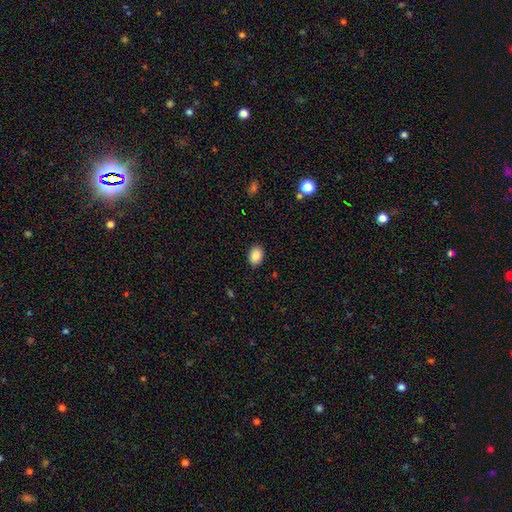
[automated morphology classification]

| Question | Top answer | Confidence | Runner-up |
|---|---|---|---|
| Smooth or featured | smooth | 88% | star or artifact (8%) |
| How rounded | in between | 73% | round (26%) |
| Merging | none | 89% | minor disturbance (8%) |